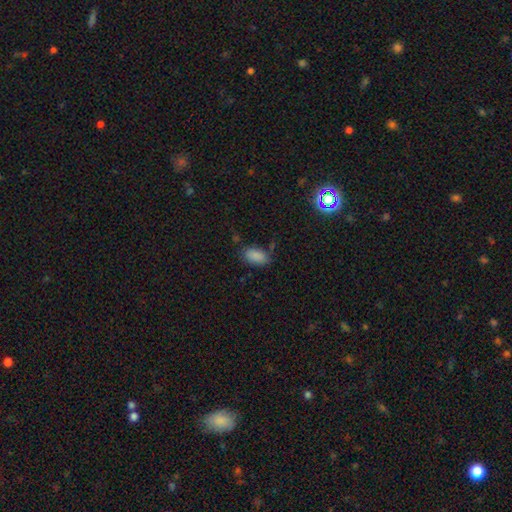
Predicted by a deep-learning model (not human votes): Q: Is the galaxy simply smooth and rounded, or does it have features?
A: smooth — 87%.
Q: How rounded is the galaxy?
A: in between — 93%.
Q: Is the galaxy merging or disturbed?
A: none — 74%.